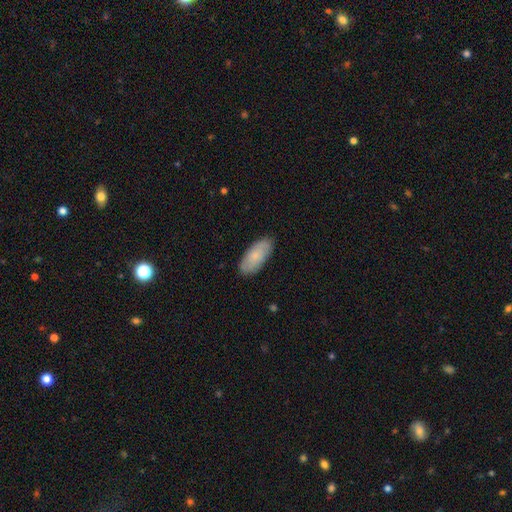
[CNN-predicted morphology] Smooth or featured: smooth — 73% (featured or disk — 21%)
How rounded: in between — 89% (cigar-shaped — 9%)
Merging: none — 86% (minor disturbance — 11%)